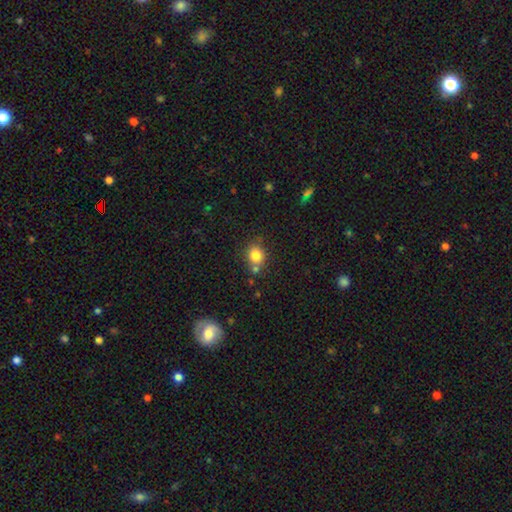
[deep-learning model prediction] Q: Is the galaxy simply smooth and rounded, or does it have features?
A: smooth — 82%.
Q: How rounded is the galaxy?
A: round — 67%.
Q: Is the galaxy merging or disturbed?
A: none — 68%.